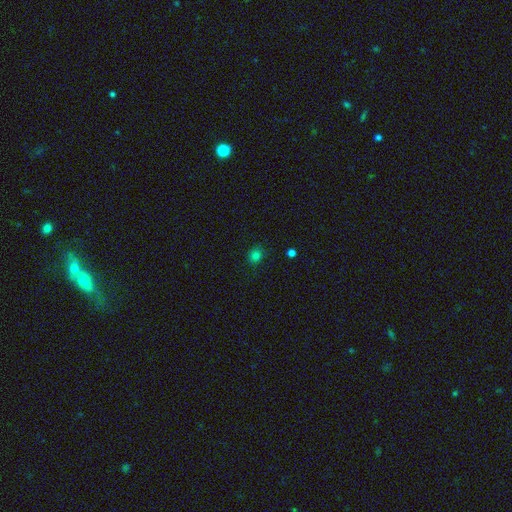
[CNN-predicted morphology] Q: Smooth or featured?
A: smooth (78%); runner-up: star or artifact (17%)
Q: How rounded?
A: round (71%); runner-up: in between (28%)
Q: Merging?
A: none (84%); runner-up: minor disturbance (12%)